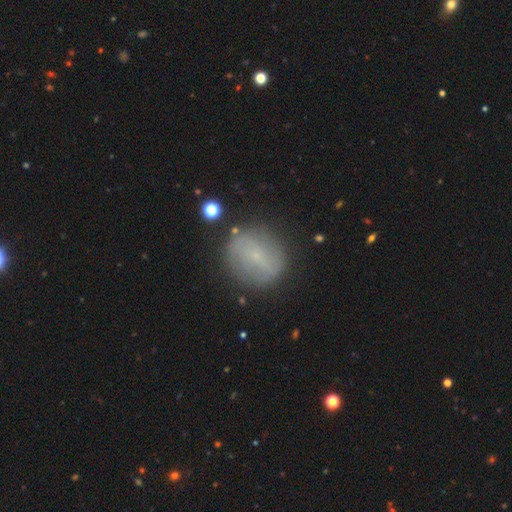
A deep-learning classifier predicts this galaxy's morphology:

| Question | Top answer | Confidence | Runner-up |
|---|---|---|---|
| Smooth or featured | smooth | 48% | featured or disk (40%) |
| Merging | none | 78% | minor disturbance (14%) |